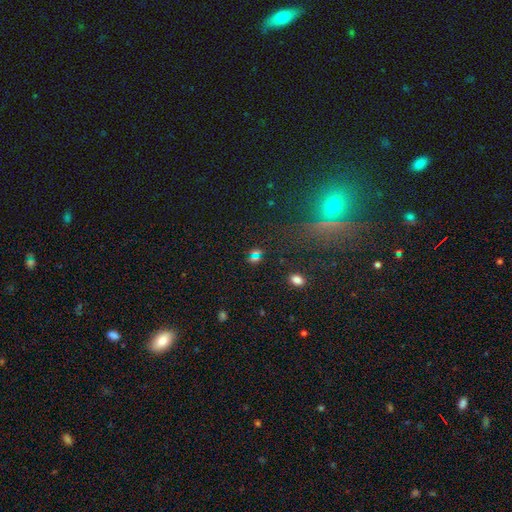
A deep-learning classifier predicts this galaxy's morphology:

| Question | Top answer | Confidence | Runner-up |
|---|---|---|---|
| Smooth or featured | star or artifact | 44% | smooth (42%) |